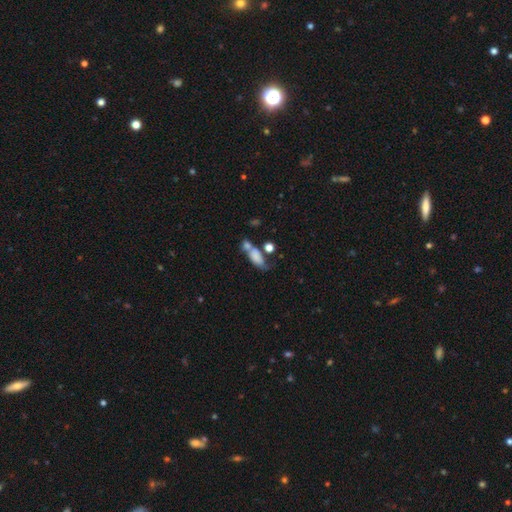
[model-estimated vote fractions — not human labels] Smooth or featured?
  - smooth: 70% *
  - featured or disk: 20%
  - star or artifact: 10%
How rounded?
  - in between: 79% *
  - cigar-shaped: 12%
  - round: 9%
Merging?
  - merger: 42% *
  - none: 27%
  - minor disturbance: 17%
  - major disturbance: 15%